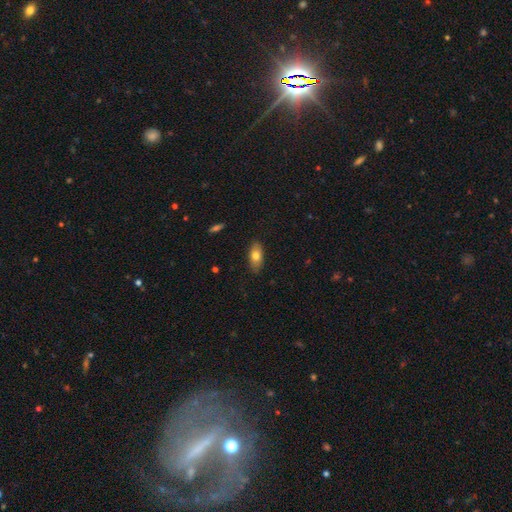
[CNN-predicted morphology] A smooth galaxy with no disk features (74%) that is in between round and cigar-shaped (85%).

Vote fractions:
- Smooth or featured? smooth: 74% / featured or disk: 19% / star or artifact: 7%
- How rounded? in between: 85% / cigar-shaped: 11% / round: 4%
- Merging? none: 85% / minor disturbance: 11% / major disturbance: 2% / merger: 1%